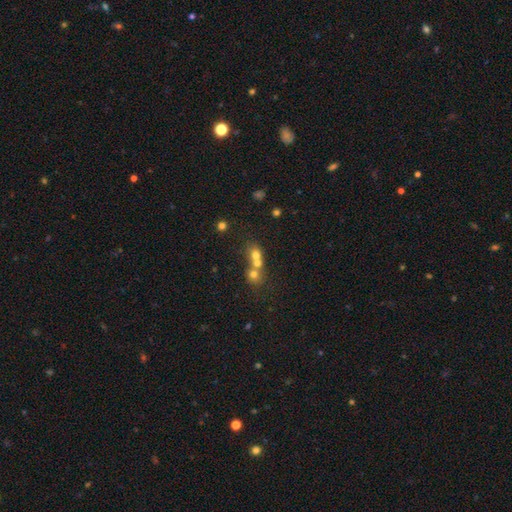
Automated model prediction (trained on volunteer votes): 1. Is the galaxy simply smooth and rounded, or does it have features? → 64% smooth, 18% featured or disk, 17% star or artifact.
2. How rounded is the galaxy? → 68% round, 30% in between, 2% cigar-shaped.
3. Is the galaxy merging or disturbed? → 61% merger, 29% none, 6% minor disturbance, 4% major disturbance.